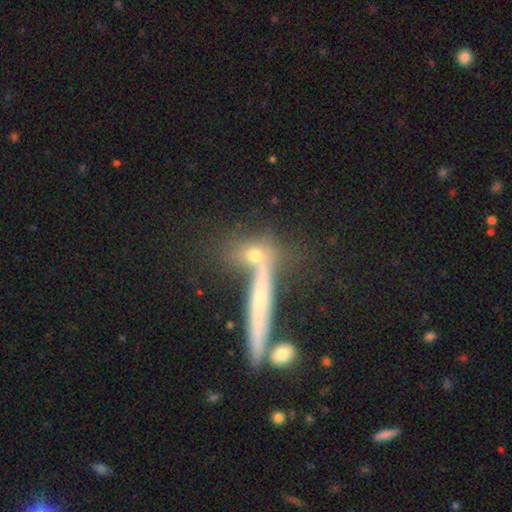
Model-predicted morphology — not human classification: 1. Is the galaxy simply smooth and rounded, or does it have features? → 50% featured or disk, 34% smooth, 16% star or artifact.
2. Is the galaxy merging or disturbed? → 55% none, 27% merger, 12% minor disturbance, 7% major disturbance.